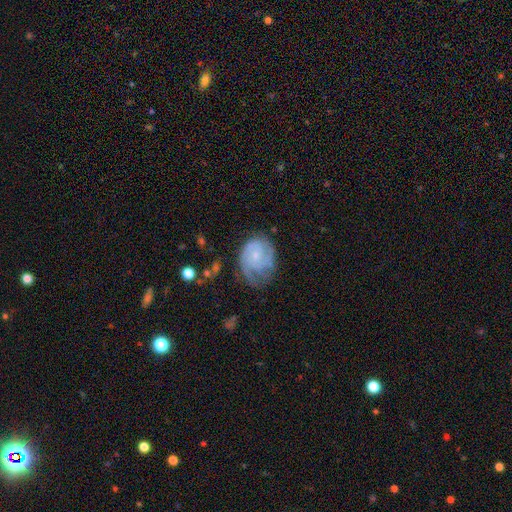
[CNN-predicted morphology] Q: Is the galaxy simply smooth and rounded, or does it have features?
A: featured or disk — 75%.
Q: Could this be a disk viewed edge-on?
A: no — 98%.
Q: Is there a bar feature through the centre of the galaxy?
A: no — 71%.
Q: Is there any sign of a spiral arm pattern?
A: yes — 92%.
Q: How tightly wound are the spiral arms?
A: tight — 55%.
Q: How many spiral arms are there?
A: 2 — 36%.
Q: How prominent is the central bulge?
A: small — 65%.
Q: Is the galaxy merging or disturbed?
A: none — 51%.